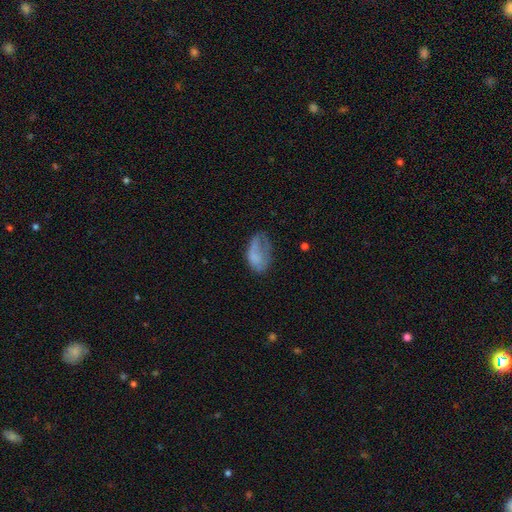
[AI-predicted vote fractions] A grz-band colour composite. It shows a smooth galaxy with no disk features (64%) that is in between round and cigar-shaped (91%). Merging: major disturbance (34%).